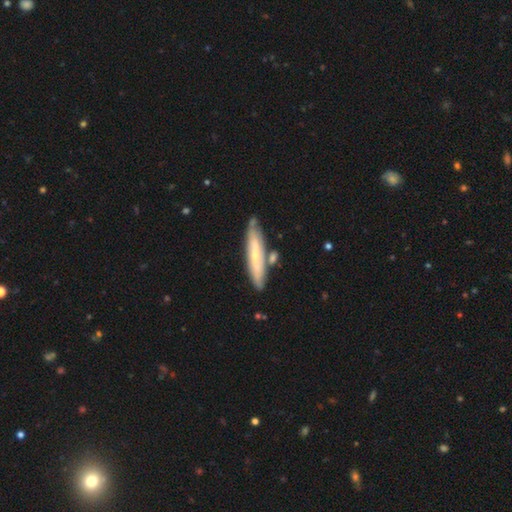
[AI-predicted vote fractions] Smooth or featured? Predicted: featured or disk (p=0.52). Edge-on disk? Predicted: yes (p=0.65). Merging? Predicted: none (p=0.72).